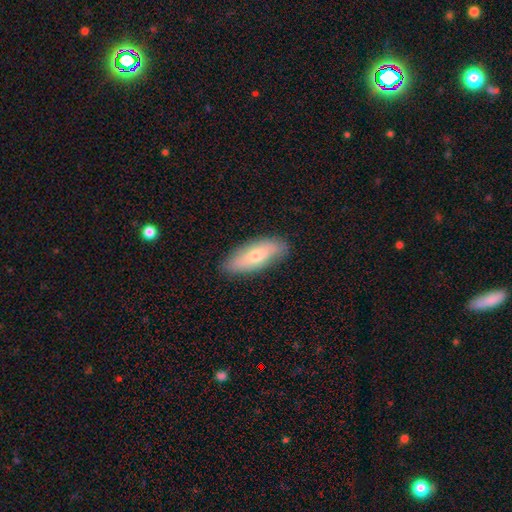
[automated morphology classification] Smooth or featured: smooth — 63% (featured or disk — 30%)
How rounded: in between — 68% (cigar-shaped — 29%)
Merging: none — 85% (minor disturbance — 11%)